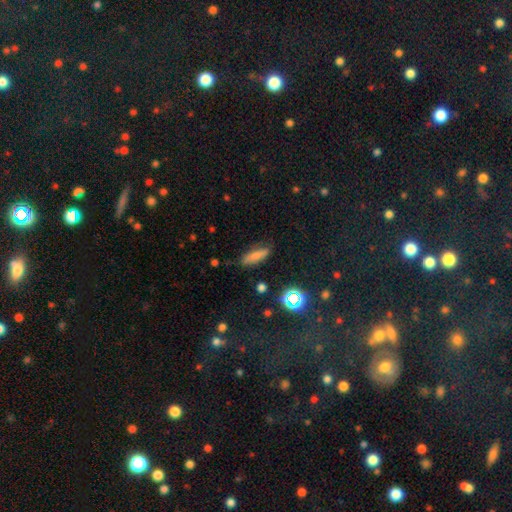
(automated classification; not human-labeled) smooth 73%, featured or disk 15%, star or artifact 13%. Down the decision tree: how rounded — cigar-shaped (54%); merging — none (80%).